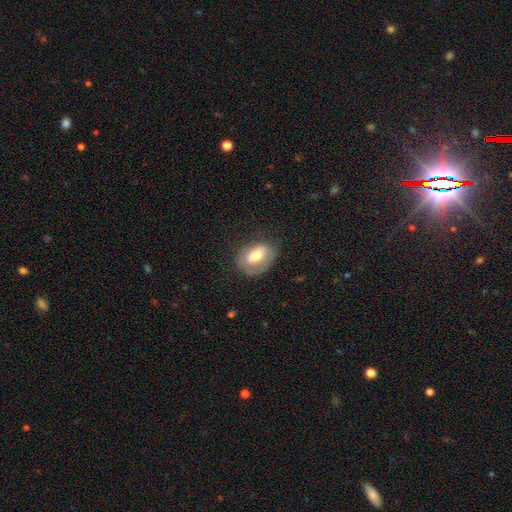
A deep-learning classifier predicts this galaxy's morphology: Smooth or featured? Predicted: smooth (p=0.64). How rounded? Predicted: in between (p=0.82). Merging? Predicted: none (p=0.56).